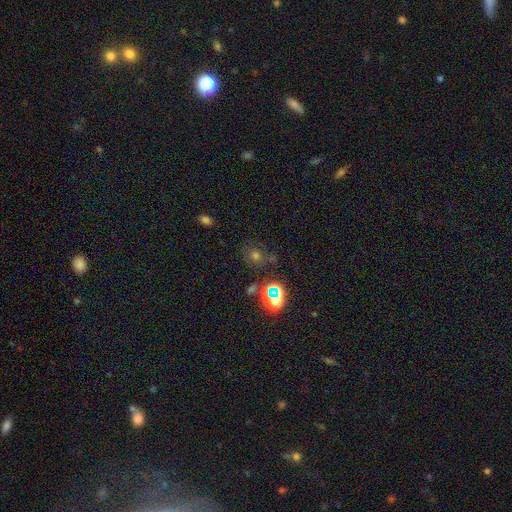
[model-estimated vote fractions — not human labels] A smooth galaxy with no disk features (44%).

Vote fractions:
- Smooth or featured? smooth: 44% / star or artifact: 41% / featured or disk: 15%
- Merging? none: 67% / minor disturbance: 16% / merger: 9% / major disturbance: 9%